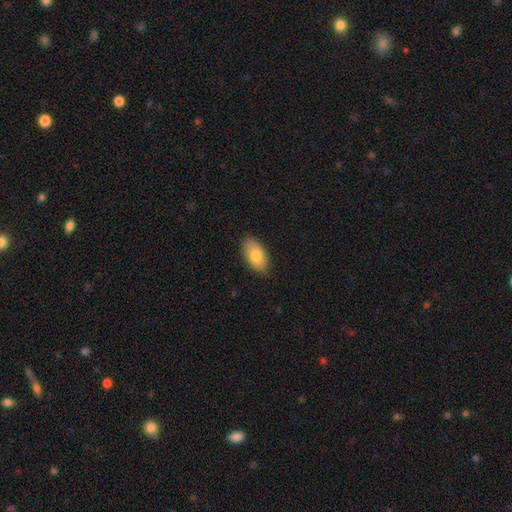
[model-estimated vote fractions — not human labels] A smooth galaxy with no disk features (79%) that is in between round and cigar-shaped (94%).

Vote fractions:
- Smooth or featured? smooth: 79% / featured or disk: 15% / star or artifact: 7%
- How rounded? in between: 94% / round: 3% / cigar-shaped: 3%
- Merging? none: 87% / minor disturbance: 10% / major disturbance: 2% / merger: 1%